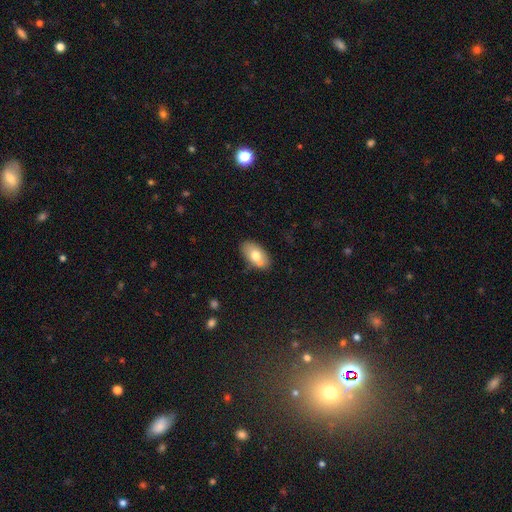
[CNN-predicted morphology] This appears to be a smooth galaxy with no disk features (70%) that is in between round and cigar-shaped (91%). Merging: none (66%).